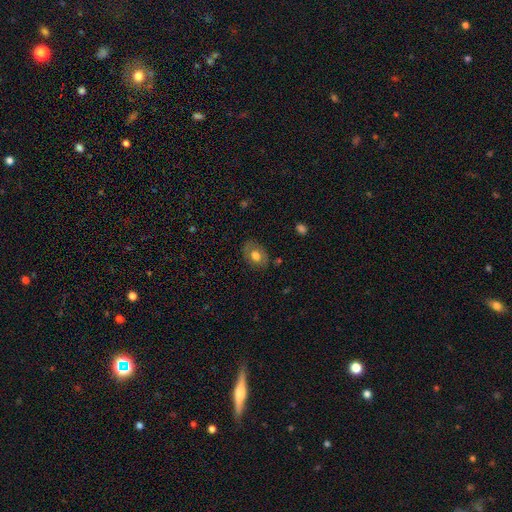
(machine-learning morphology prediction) Smooth or featured: smooth — 60% (featured or disk — 31%)
How rounded: in between — 71% (round — 28%)
Merging: none — 76% (minor disturbance — 17%)